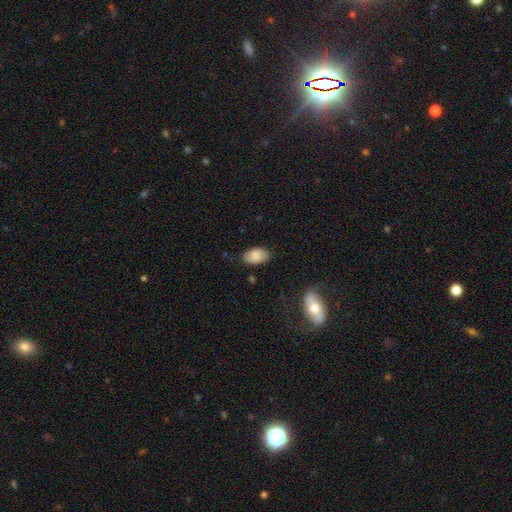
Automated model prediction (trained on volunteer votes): Overall: smooth (85%). How rounded: in between (93%). Merging: none (79%).